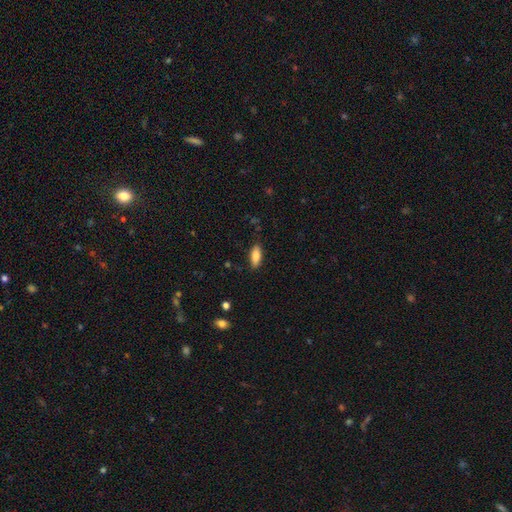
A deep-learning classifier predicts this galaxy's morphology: Smooth or featured: smooth — 82% (featured or disk — 11%)
How rounded: in between — 75% (cigar-shaped — 23%)
Merging: none — 85% (minor disturbance — 12%)